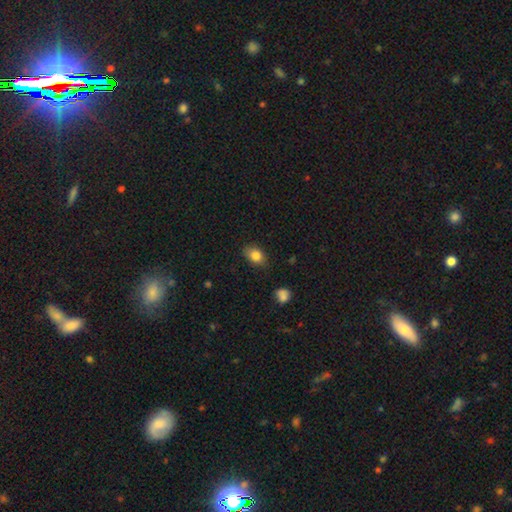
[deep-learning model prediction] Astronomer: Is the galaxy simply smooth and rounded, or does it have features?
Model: smooth — 83%.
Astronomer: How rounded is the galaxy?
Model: in between — 78%.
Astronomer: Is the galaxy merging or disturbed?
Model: none — 80%.